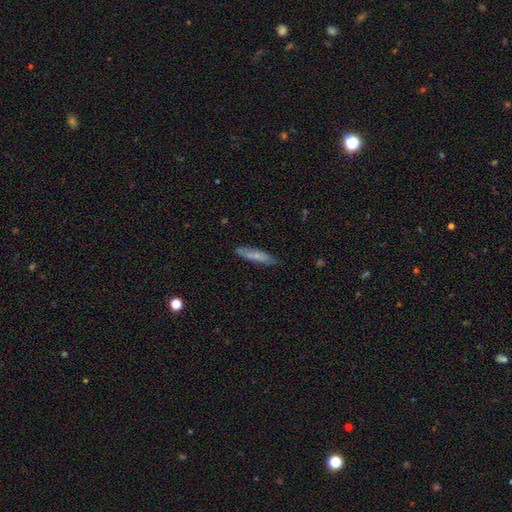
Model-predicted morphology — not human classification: A smooth galaxy with no disk features (66%) that is cigar-shaped (81%).

Vote fractions:
- Smooth or featured? smooth: 66% / featured or disk: 28% / star or artifact: 6%
- How rounded? cigar-shaped: 81% / in between: 18% / round: 2%
- Merging? none: 82% / minor disturbance: 14% / major disturbance: 2% / merger: 2%